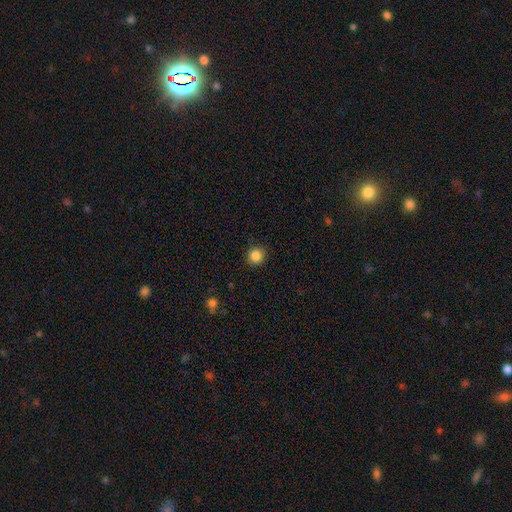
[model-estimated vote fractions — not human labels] Smooth or featured? Predicted: smooth (p=0.85). How rounded? Predicted: round (p=0.93). Merging? Predicted: none (p=0.90).